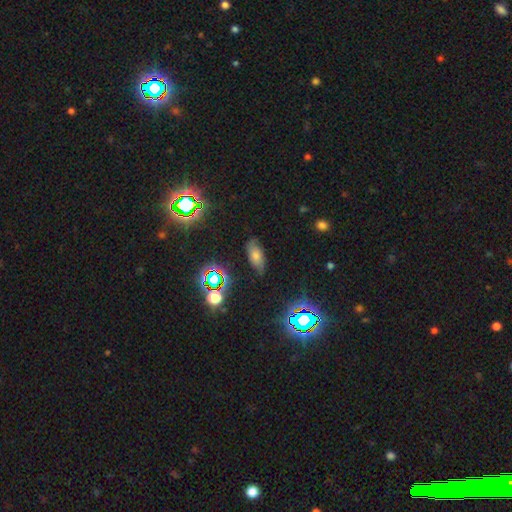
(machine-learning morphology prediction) Smooth or featured? smooth (57%)
How rounded? in between (88%)
Merging? none (76%)